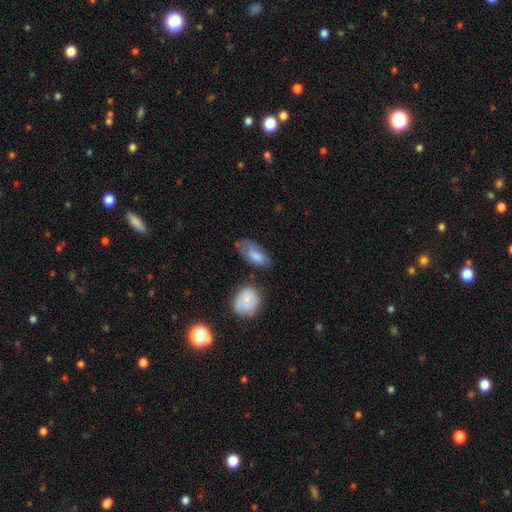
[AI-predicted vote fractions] Smooth or featured: smooth — 71% (featured or disk — 23%)
How rounded: in between — 90% (cigar-shaped — 6%)
Merging: none — 50% (minor disturbance — 31%)